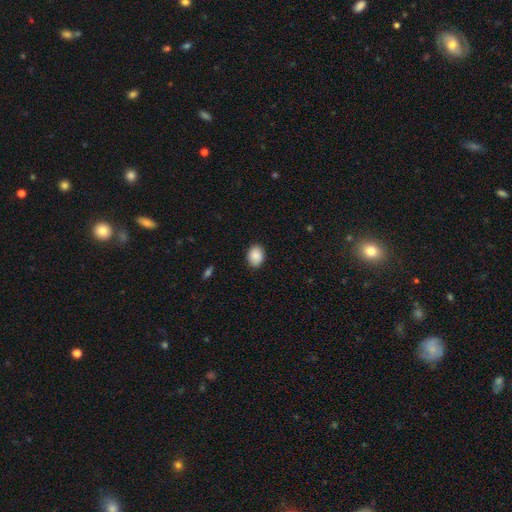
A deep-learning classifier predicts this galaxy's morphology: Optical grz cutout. It shows a smooth galaxy with no disk features (90%) that is in between round and cigar-shaped (68%). Merging: none (89%).